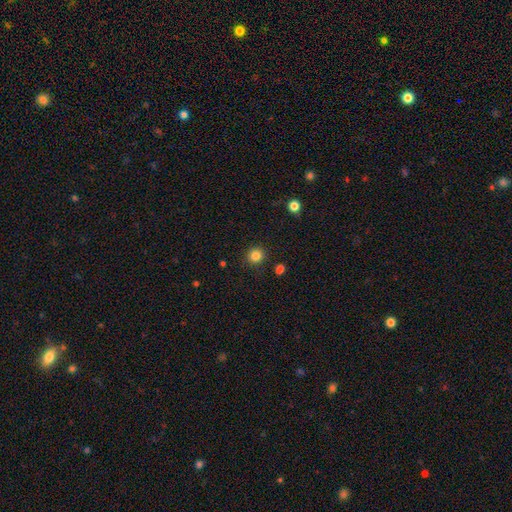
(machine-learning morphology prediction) type=smooth (84%); roundness=round (91%); merging=none (90%).